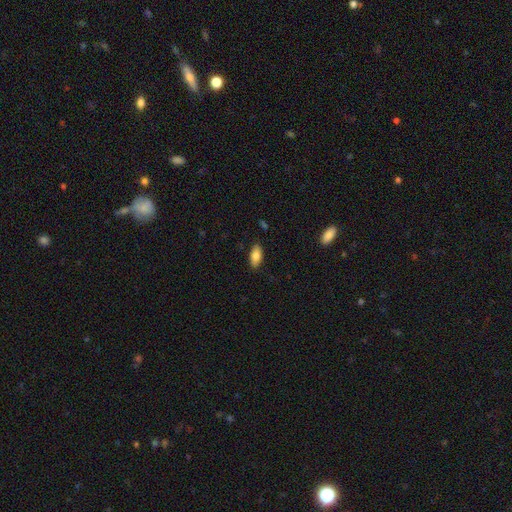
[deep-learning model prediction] Smooth or featured? Predicted: smooth (p=0.83). How rounded? Predicted: in between (p=0.89). Merging? Predicted: none (p=0.87).